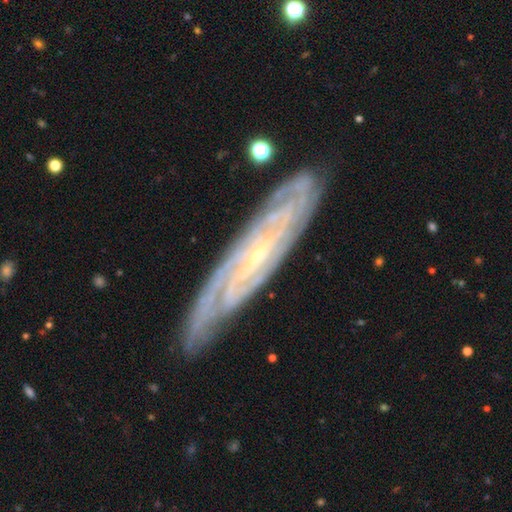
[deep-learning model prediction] This appears to be a featured or disk galaxy (88%) with no bar (43%), tight (76%) spiral arms (98%) and a small central bulge (82%). Merging: none (82%).